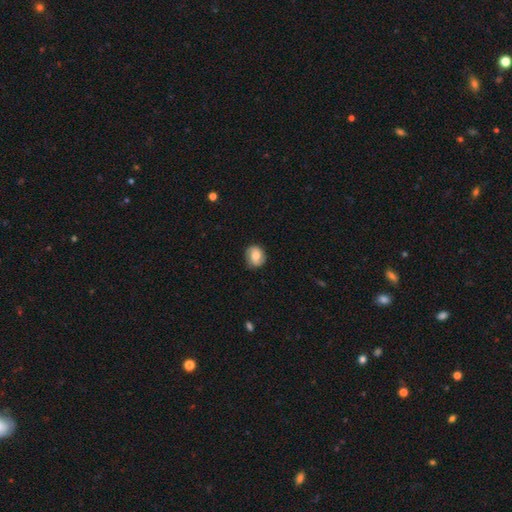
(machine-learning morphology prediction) A smooth galaxy with no disk features (50%) that is round (74%). Merging: none (83%).